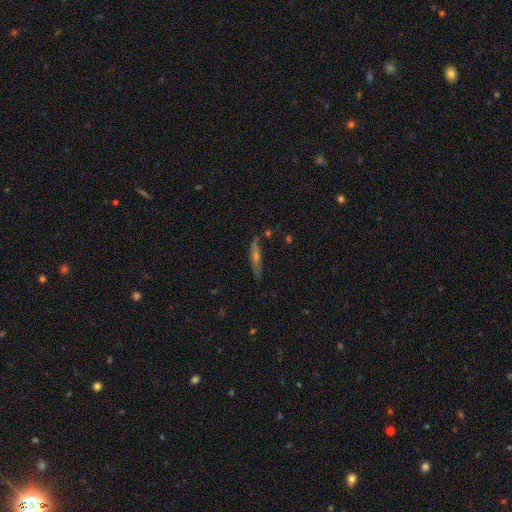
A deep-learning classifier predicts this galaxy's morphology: smooth_or_featured: featured or disk (p=0.55) [alt: smooth p=0.34]
disk_edge_on: yes (p=0.79) [alt: no p=0.21]
merging: none (p=0.76) [alt: minor disturbance p=0.16]